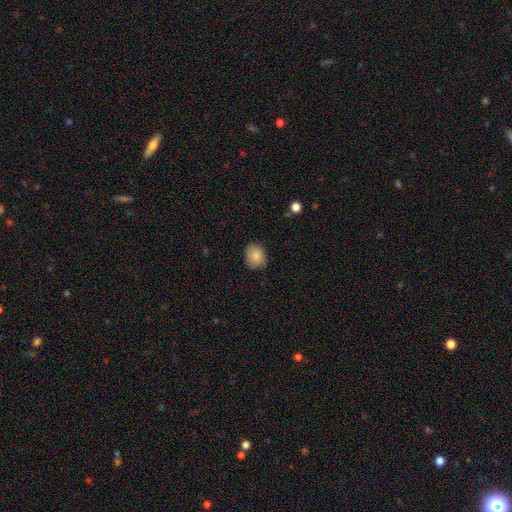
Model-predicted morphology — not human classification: This appears to be a smooth galaxy with no disk features (85%) that is round (59%). Merging: none (73%).